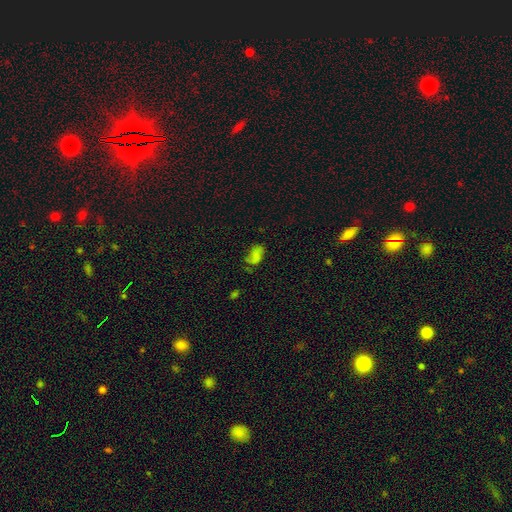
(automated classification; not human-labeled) Smooth or featured? Predicted: smooth (p=0.62). How rounded? Predicted: in between (p=0.88). Merging? Predicted: none (p=0.45).